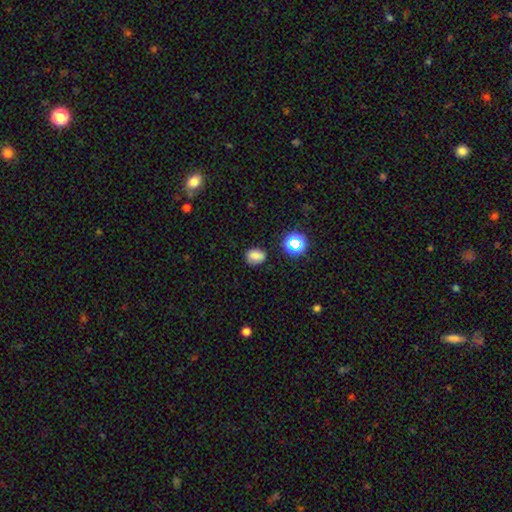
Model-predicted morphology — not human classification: The model was most divided on "how rounded": in between: 59%, round: 39%, cigar-shaped: 1%. More confident: merging — none (77%); smooth or featured — smooth (75%).